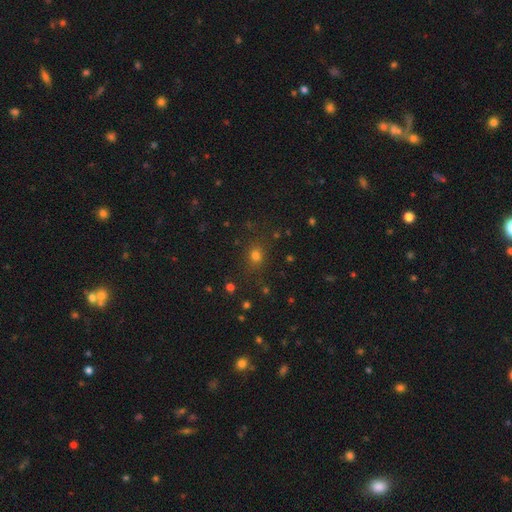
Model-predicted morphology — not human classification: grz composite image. It shows a smooth galaxy with no disk features (74%) that is round (68%). Merging: none (82%).